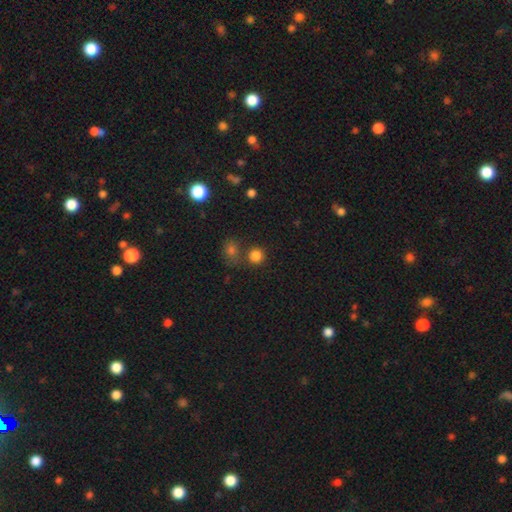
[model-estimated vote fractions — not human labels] smooth_or_featured: smooth (p=0.81) [alt: star or artifact p=0.14]
how_rounded: round (p=0.89) [alt: in between p=0.10]
merging: none (p=0.69) [alt: merger p=0.19]